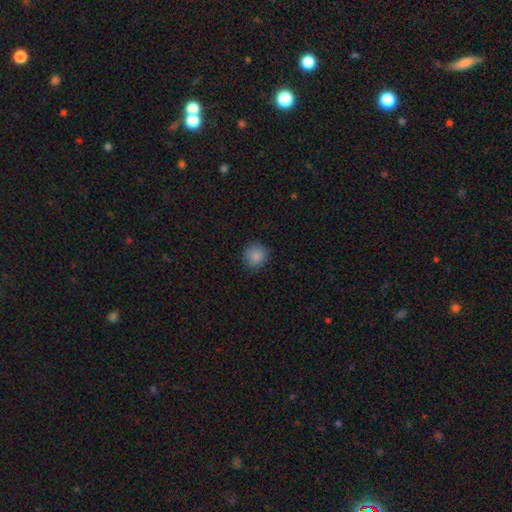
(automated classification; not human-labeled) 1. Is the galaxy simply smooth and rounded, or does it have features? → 87% smooth, 10% star or artifact, 4% featured or disk.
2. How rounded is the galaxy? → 89% round, 10% in between, 1% cigar-shaped.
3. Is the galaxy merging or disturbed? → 86% none, 10% minor disturbance, 3% major disturbance, 1% merger.